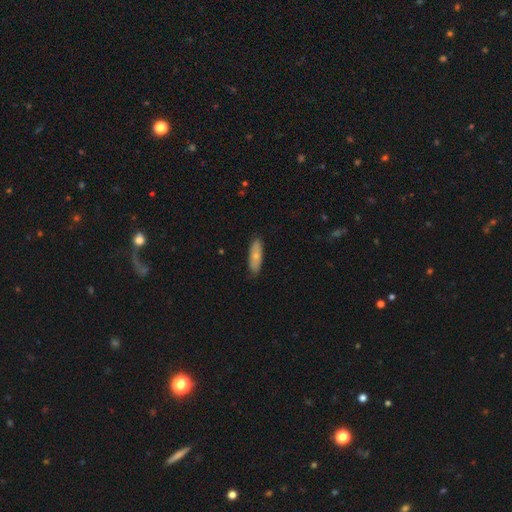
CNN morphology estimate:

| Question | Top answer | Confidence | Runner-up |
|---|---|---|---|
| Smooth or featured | smooth | 69% | featured or disk (25%) |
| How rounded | in between | 55% | cigar-shaped (43%) |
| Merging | none | 83% | minor disturbance (14%) |